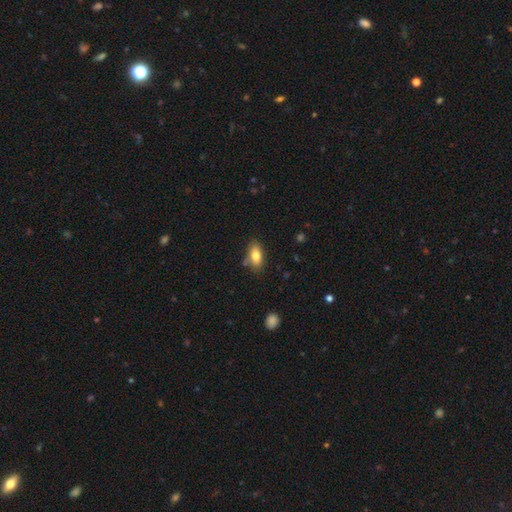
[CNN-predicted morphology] This appears to be a smooth galaxy with no disk features (80%) that is in between round and cigar-shaped (89%). Merging: none (75%).